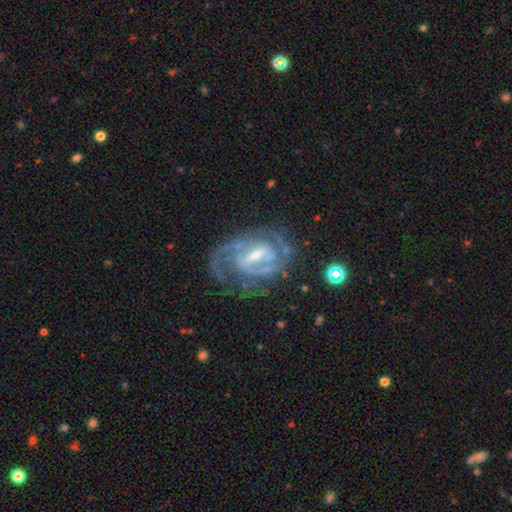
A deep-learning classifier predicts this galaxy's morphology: A featured or disk galaxy (88%) with a weak bar (45%), 2 (58%) tight (47%) spiral arms (95%) and a small central bulge (47%).

Vote fractions:
- Smooth or featured? featured or disk: 88% / smooth: 6% / star or artifact: 6%
- Edge-on disk? no: 97% / yes: 3%
- Bar? weak: 45% / strong: 43% / no: 12%
- Spiral arms? yes: 95% / no: 5%
- Spiral winding? tight: 47% / medium: 44% / loose: 10%
- Spiral arm count? 2: 58% / can't tell: 16% / 3: 15% / 1: 5% / 4: 3% / more than 4: 3%
- Bulge size? small: 47% / moderate: 38% / none: 9% / large: 4% / dominant: 1%
- Merging? none: 64% / minor disturbance: 19% / major disturbance: 15% / merger: 2%